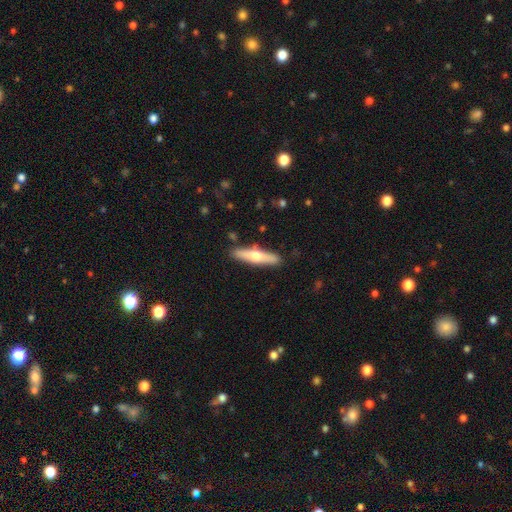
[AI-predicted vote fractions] Morphology: type=smooth (49%); merging=none (87%).